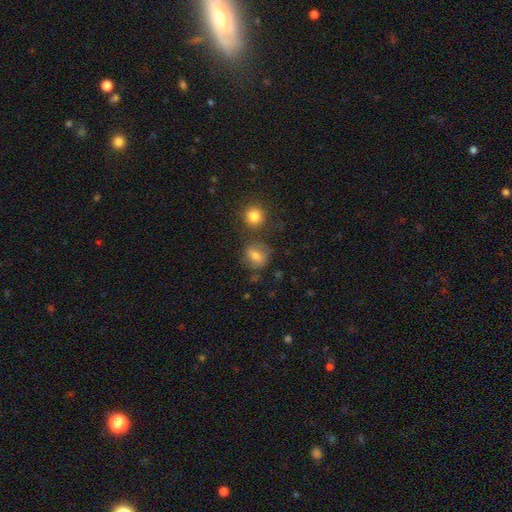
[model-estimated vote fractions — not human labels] Smooth or featured? smooth (70%)
How rounded? round (61%)
Merging? none (67%)